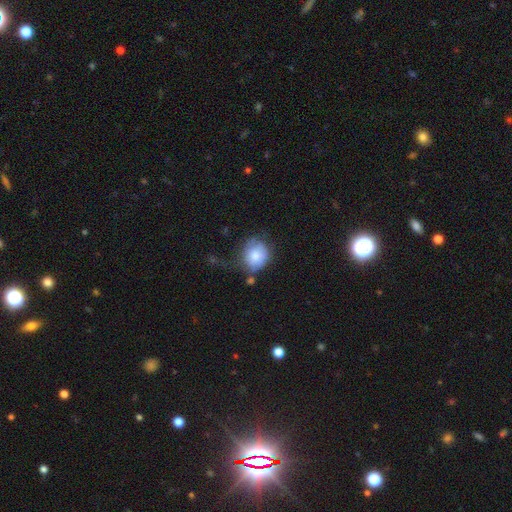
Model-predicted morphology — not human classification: Overall: smooth (72%). How rounded: round (73%). Merging: none (42%; minor disturbance 32%).